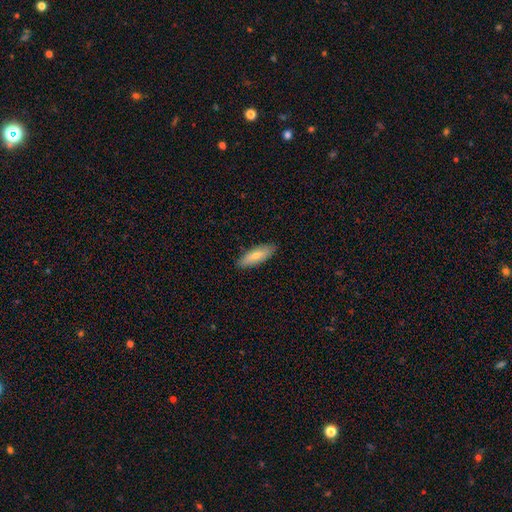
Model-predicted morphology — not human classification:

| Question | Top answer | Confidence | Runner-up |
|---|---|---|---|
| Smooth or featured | smooth | 75% | featured or disk (20%) |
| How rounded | in between | 55% | cigar-shaped (43%) |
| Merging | none | 87% | minor disturbance (10%) |